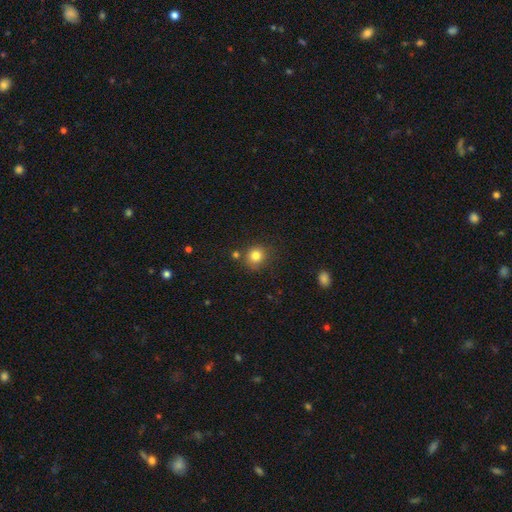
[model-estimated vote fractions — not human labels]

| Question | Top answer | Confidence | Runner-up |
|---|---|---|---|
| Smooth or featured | smooth | 82% | star or artifact (12%) |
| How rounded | round | 85% | in between (14%) |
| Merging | none | 77% | minor disturbance (13%) |